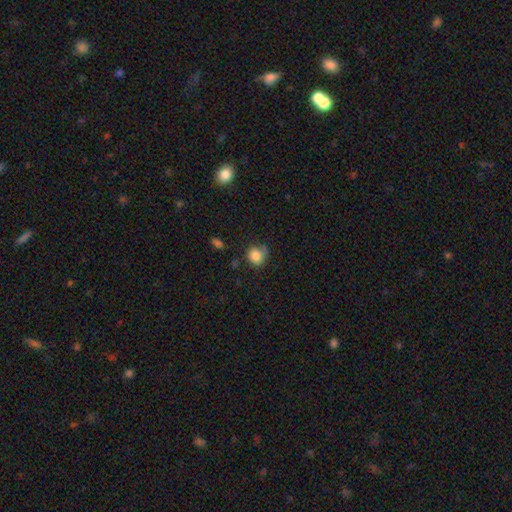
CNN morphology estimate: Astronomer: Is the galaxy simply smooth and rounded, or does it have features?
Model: smooth — 84%.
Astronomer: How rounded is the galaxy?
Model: round — 79%.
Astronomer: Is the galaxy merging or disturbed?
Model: none — 58%.